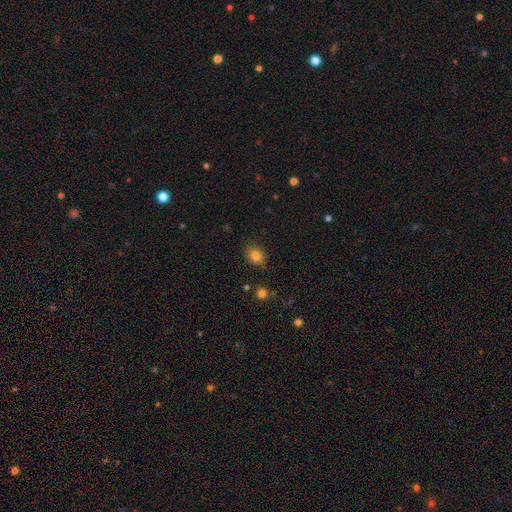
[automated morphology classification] This is clearly a smooth galaxy (82%). How rounded: possibly round (51%). Merging: clearly none (82%).